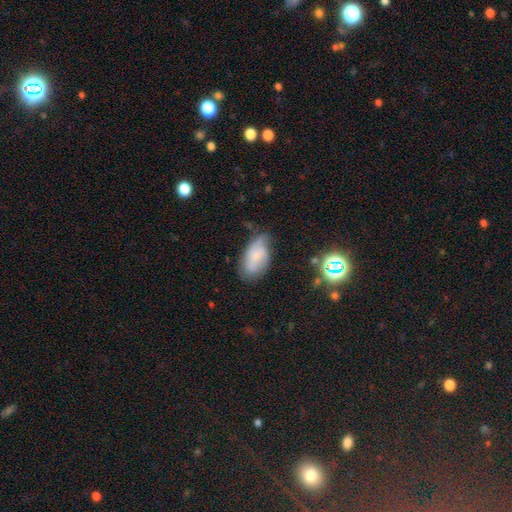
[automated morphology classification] Q: Smooth or featured?
A: smooth (54%); runner-up: featured or disk (35%)
Q: How rounded?
A: in between (92%); runner-up: round (5%)
Q: Merging?
A: none (45%); runner-up: minor disturbance (38%)